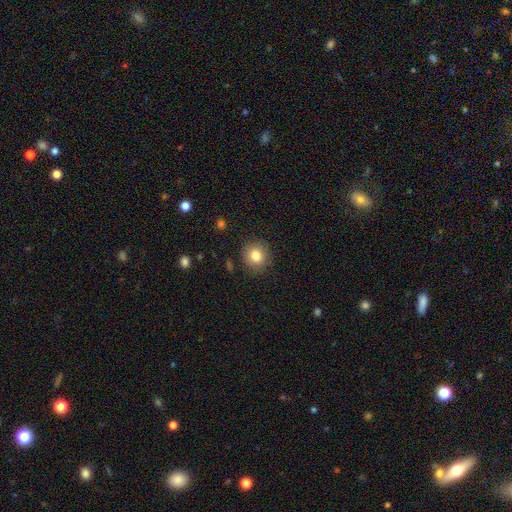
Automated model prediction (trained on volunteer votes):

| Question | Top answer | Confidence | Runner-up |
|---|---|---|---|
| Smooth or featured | smooth | 82% | star or artifact (10%) |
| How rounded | round | 89% | in between (10%) |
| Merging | none | 88% | minor disturbance (9%) |